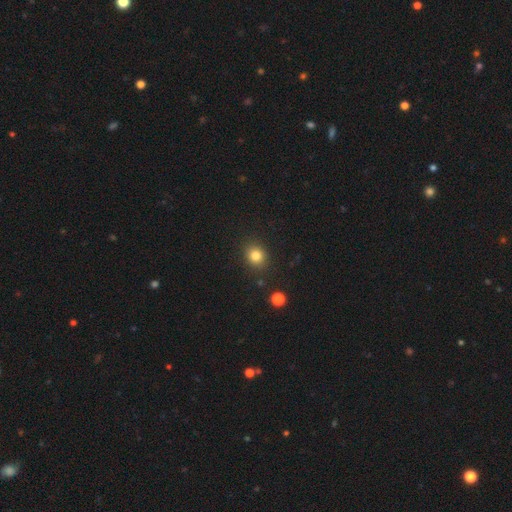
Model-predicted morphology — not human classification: A smooth galaxy with no disk features (82%) that is round (78%).

Vote fractions:
- Smooth or featured? smooth: 82% / star or artifact: 12% / featured or disk: 5%
- How rounded? round: 78% / in between: 21% / cigar-shaped: 1%
- Merging? none: 87% / minor disturbance: 8% / major disturbance: 3% / merger: 2%